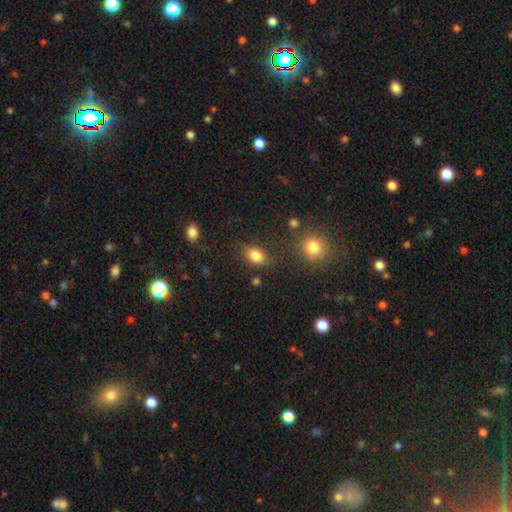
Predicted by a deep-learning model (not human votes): The model was most divided on "how rounded": in between: 72%, round: 26%, cigar-shaped: 2%. More confident: smooth or featured — smooth (83%); merging — none (75%).